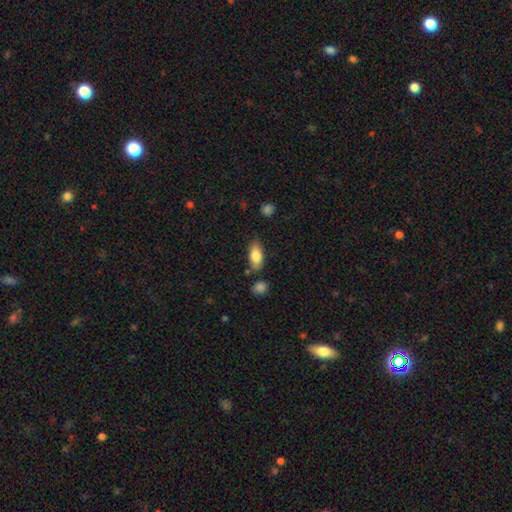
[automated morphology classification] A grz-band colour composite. It shows a smooth galaxy with no disk features (81%) that is in between round and cigar-shaped (88%). Merging: none (79%).